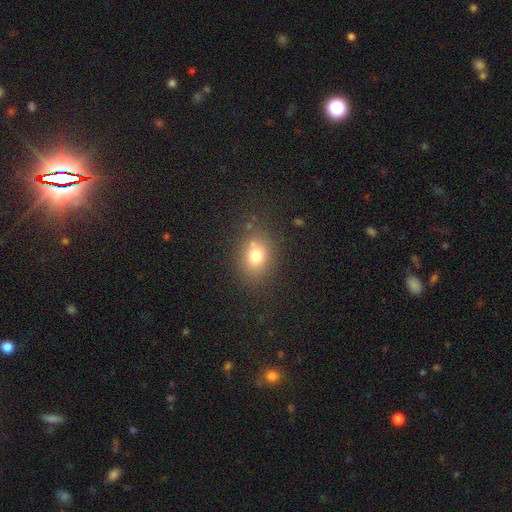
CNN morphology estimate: This appears to be a smooth galaxy with no disk features (74%) that is round (51%). Merging: none (76%).